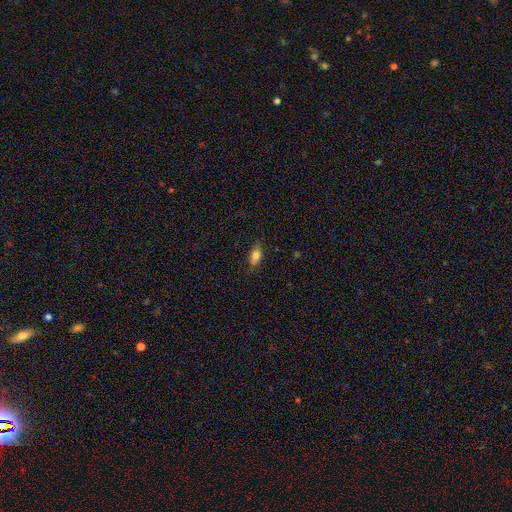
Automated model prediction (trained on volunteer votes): Smooth or featured? Predicted: smooth (p=0.77). How rounded? Predicted: in between (p=0.82). Merging? Predicted: none (p=0.78).